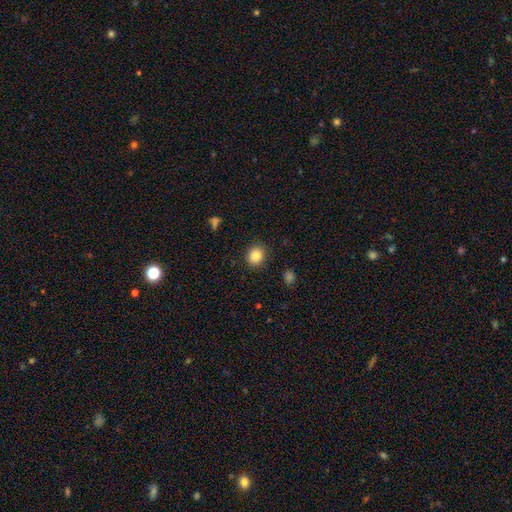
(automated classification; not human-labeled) smooth_or_featured: smooth (p=0.85) [alt: star or artifact p=0.10]
how_rounded: round (p=0.71) [alt: in between p=0.28]
merging: none (p=0.88) [alt: minor disturbance p=0.08]